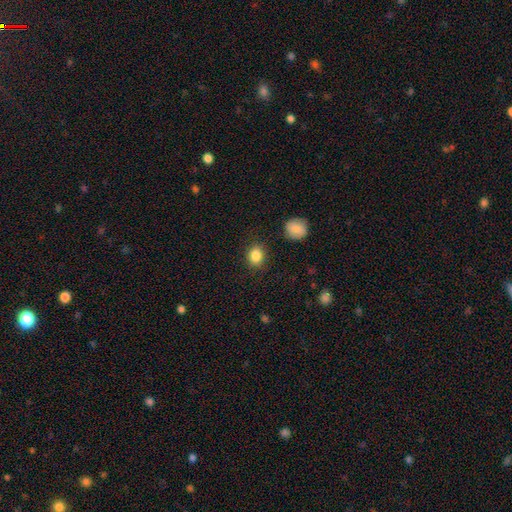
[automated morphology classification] Overall: smooth (86%). How rounded: round (57%; in between 42%). Merging: none (86%).